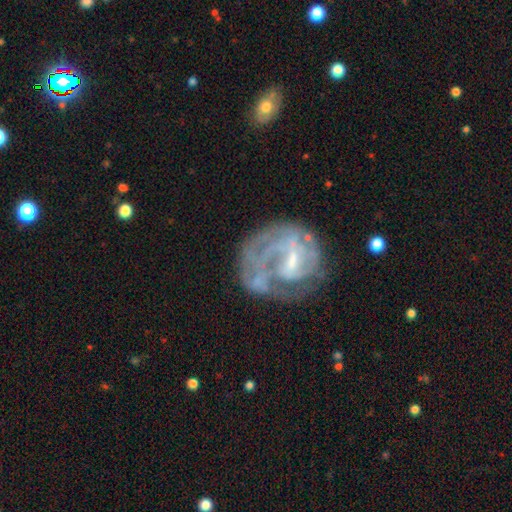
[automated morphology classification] Smooth or featured: featured or disk — 77% (smooth — 16%)
Edge-on disk: no — 98% (yes — 2%)
Bar: weak — 51% (no — 31%)
Spiral arms: yes — 75% (no — 25%)
Spiral winding: tight — 45% (medium — 34%)
Spiral arm count: 1 — 35% (can't tell — 29%)
Bulge size: small — 41% (moderate — 29%)
Merging: none — 40% (major disturbance — 35%)